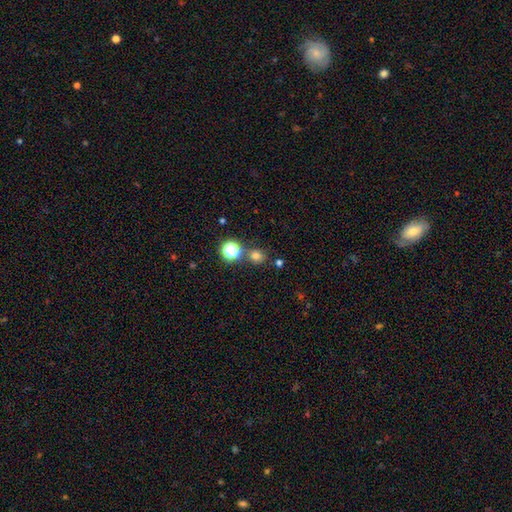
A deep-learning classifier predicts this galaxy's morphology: Smooth or featured? Predicted: smooth (p=0.71). How rounded? Predicted: round (p=0.83). Merging? Predicted: none (p=0.76).